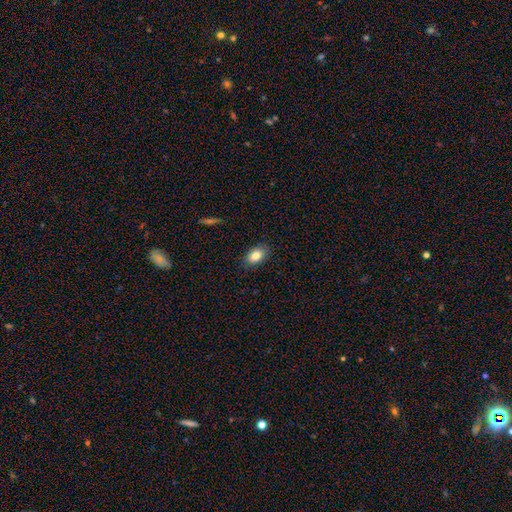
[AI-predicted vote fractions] Morphology: type=smooth (83%); roundness=in between (90%); merging=none (86%).